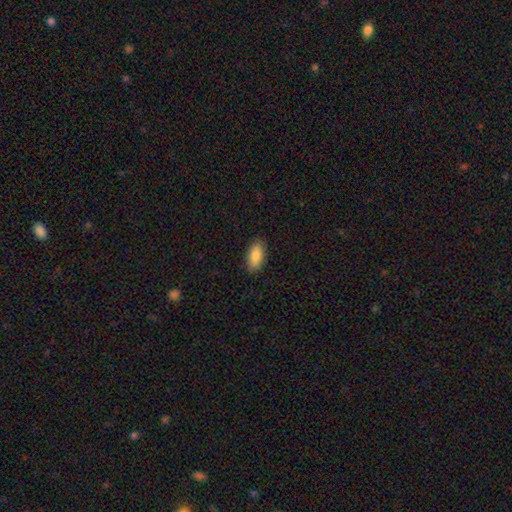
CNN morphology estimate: smooth-or-featured: smooth: 89% | star or artifact: 6% | featured or disk: 5%
  how-rounded: in between: 89% | cigar-shaped: 9% | round: 2%
  merging: none: 88% | minor disturbance: 9% | major disturbance: 2% | merger: 1%